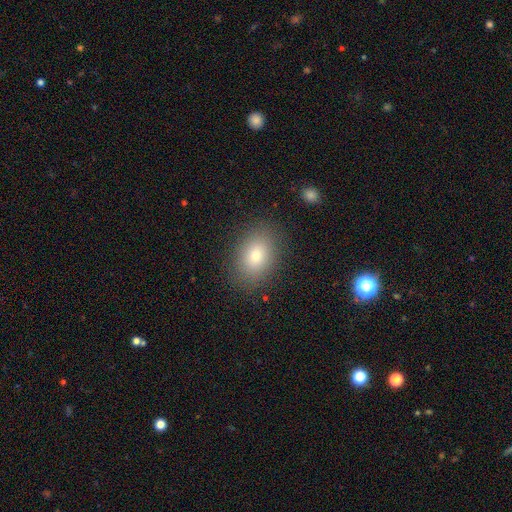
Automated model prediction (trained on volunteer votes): smooth_or_featured: smooth (p=0.77) [alt: featured or disk p=0.12]
how_rounded: in between (p=0.77) [alt: round p=0.22]
merging: none (p=0.86) [alt: minor disturbance p=0.10]